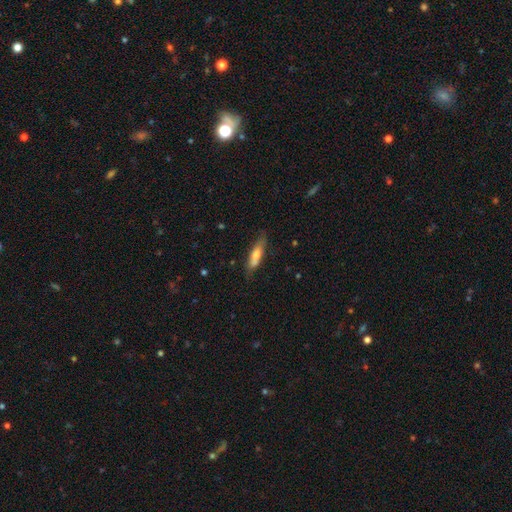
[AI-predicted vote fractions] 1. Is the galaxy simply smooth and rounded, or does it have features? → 67% smooth, 26% featured or disk, 7% star or artifact.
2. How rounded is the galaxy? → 70% cigar-shaped, 29% in between, 2% round.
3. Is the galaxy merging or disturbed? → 68% none, 22% minor disturbance, 6% major disturbance, 4% merger.